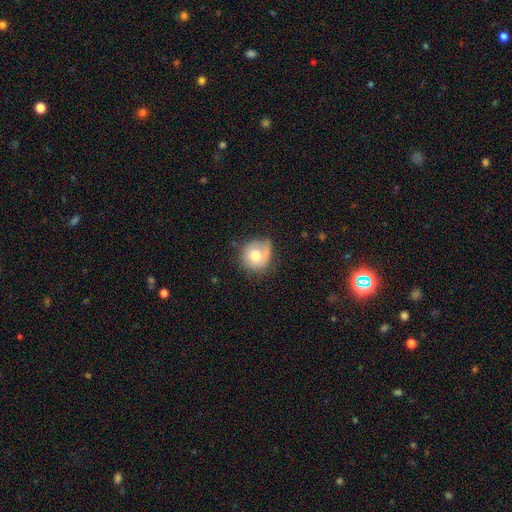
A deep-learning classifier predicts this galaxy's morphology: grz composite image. It shows a smooth galaxy with no disk features (68%) that is round (83%). Merging: none (50%).